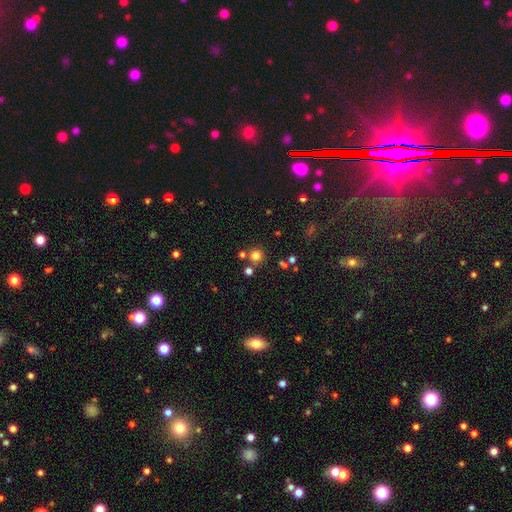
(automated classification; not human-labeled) smooth-or-featured: smooth: 76% | star or artifact: 17% | featured or disk: 7%
  how-rounded: round: 93% | in between: 6% | cigar-shaped: 1%
  merging: none: 77% | merger: 12% | minor disturbance: 8% | major disturbance: 3%